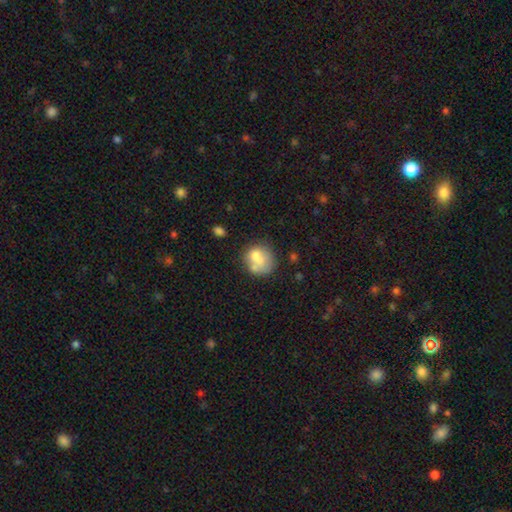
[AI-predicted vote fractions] A smooth galaxy with no disk features (66%) that is round (73%). Merging: none (43%).